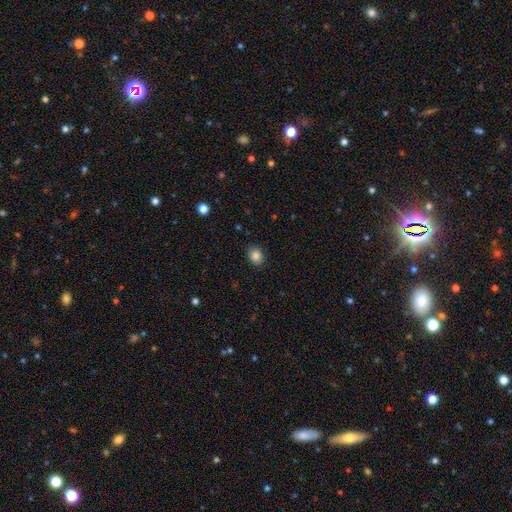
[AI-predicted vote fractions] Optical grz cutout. It shows a smooth galaxy with no disk features (85%) that is round (52%). Merging: none (88%).